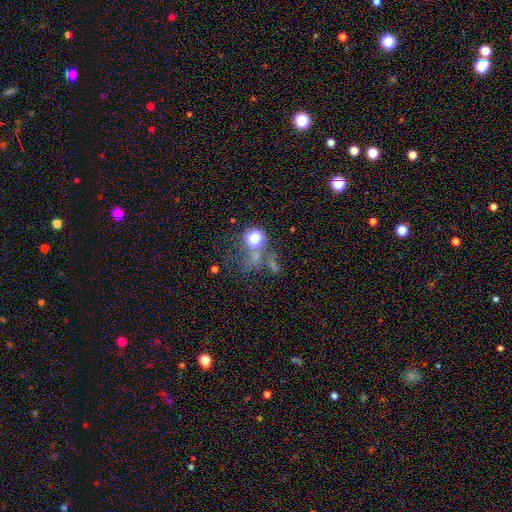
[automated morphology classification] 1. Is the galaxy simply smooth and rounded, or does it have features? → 45% star or artifact, 40% smooth, 15% featured or disk.